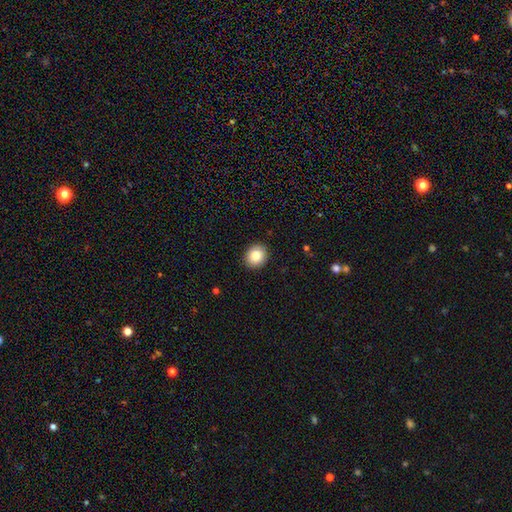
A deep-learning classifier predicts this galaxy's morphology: Q: Smooth or featured?
A: smooth (85%); runner-up: star or artifact (9%)
Q: How rounded?
A: round (74%); runner-up: in between (25%)
Q: Merging?
A: none (91%); runner-up: minor disturbance (6%)